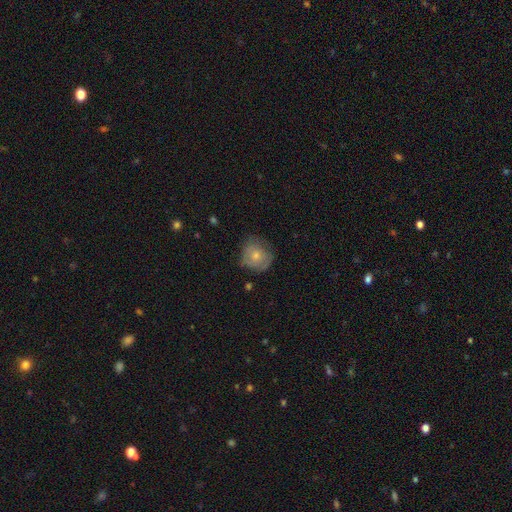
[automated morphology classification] Smooth or featured?
  - smooth: 62% *
  - featured or disk: 30%
  - star or artifact: 7%
How rounded?
  - round: 80% *
  - in between: 19%
  - cigar-shaped: 1%
Merging?
  - none: 59% *
  - minor disturbance: 28%
  - major disturbance: 11%
  - merger: 1%